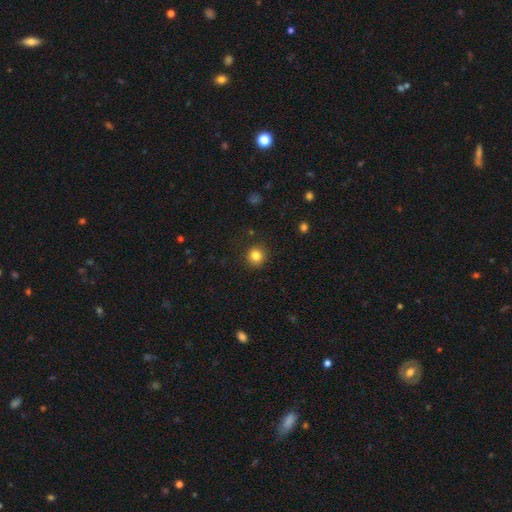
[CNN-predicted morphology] Smooth or featured? Predicted: smooth (p=0.83). How rounded? Predicted: round (p=0.92). Merging? Predicted: none (p=0.90).